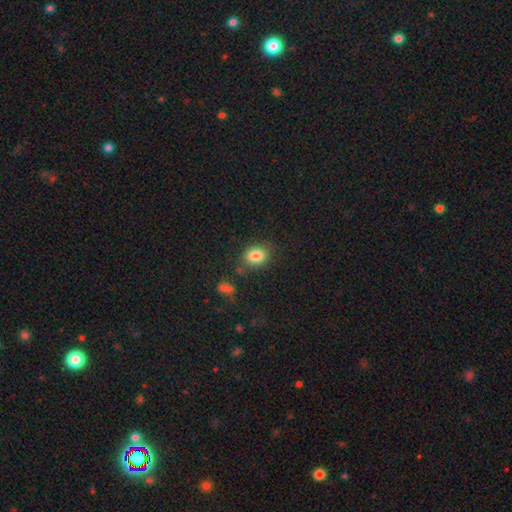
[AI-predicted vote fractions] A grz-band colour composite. It shows a smooth galaxy with no disk features (84%) that is in between round and cigar-shaped (63%). Merging: none (79%).